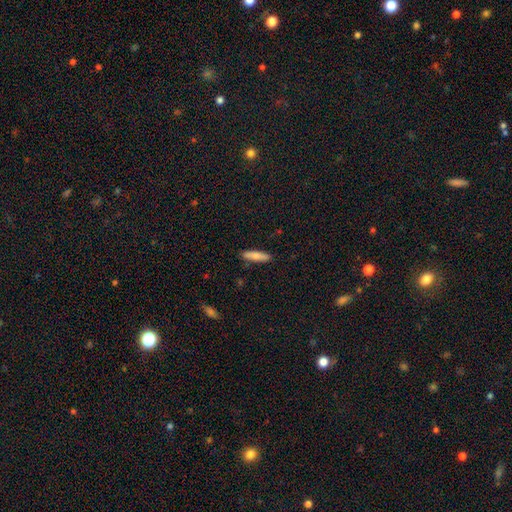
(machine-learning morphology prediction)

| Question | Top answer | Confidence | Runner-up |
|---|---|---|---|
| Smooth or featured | smooth | 75% | featured or disk (19%) |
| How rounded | cigar-shaped | 76% | in between (22%) |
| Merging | none | 89% | minor disturbance (8%) |